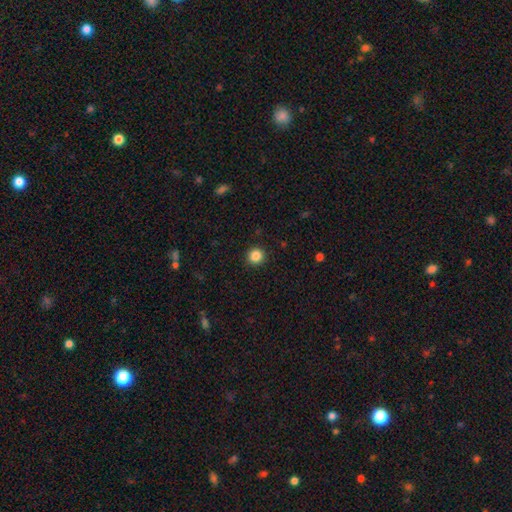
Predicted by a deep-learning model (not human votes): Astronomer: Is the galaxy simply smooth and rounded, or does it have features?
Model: smooth — 85%.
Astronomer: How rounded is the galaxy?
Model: round — 94%.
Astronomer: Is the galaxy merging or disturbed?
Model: none — 92%.